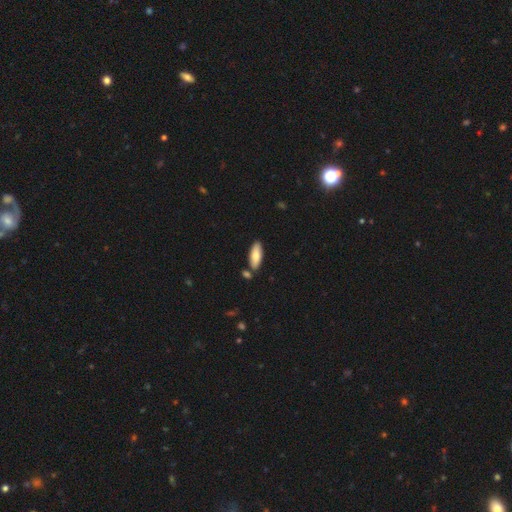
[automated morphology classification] A smooth galaxy with no disk features (79%) that is in between round and cigar-shaped (72%).

Vote fractions:
- Smooth or featured? smooth: 79% / featured or disk: 15% / star or artifact: 6%
- How rounded? in between: 72% / cigar-shaped: 26% / round: 2%
- Merging? none: 80% / minor disturbance: 10% / merger: 8% / major disturbance: 2%